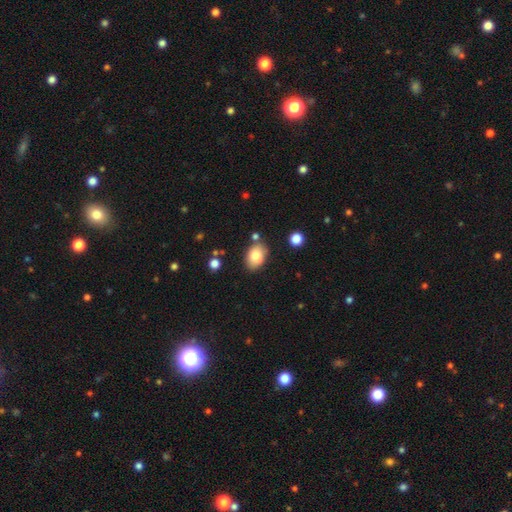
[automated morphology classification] Smooth or featured?
  - smooth: 81% *
  - featured or disk: 11%
  - star or artifact: 8%
How rounded?
  - in between: 80% *
  - round: 19%
  - cigar-shaped: 1%
Merging?
  - none: 78% *
  - minor disturbance: 13%
  - merger: 6%
  - major disturbance: 3%